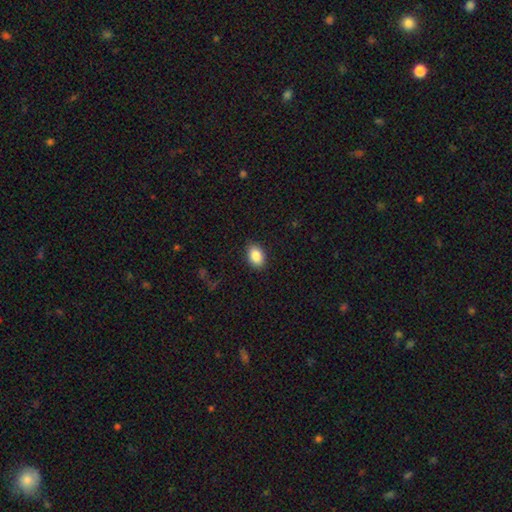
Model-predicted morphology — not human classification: The model was most divided on "how rounded": in between: 84%, round: 15%, cigar-shaped: 1%. More confident: merging — none (87%); smooth or featured — smooth (87%).